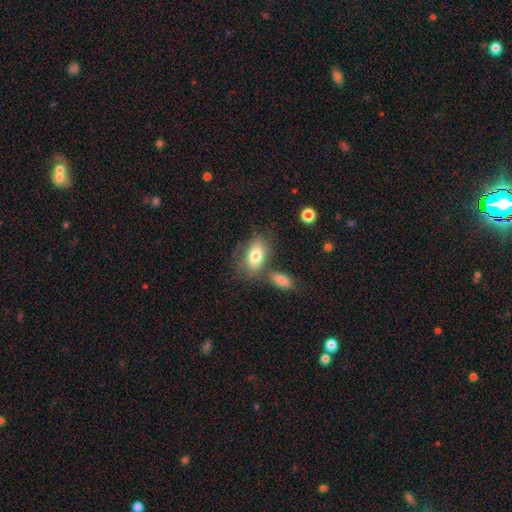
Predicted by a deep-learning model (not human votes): Smooth or featured? Predicted: smooth (p=0.79). How rounded? Predicted: in between (p=0.90). Merging? Predicted: none (p=0.56).